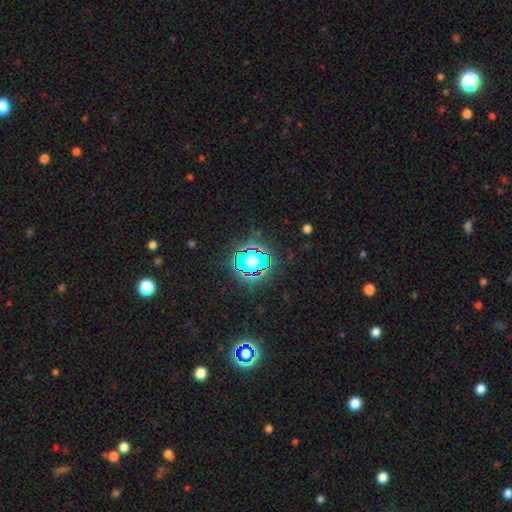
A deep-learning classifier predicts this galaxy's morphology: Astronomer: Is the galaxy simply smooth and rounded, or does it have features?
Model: star or artifact — 82%.